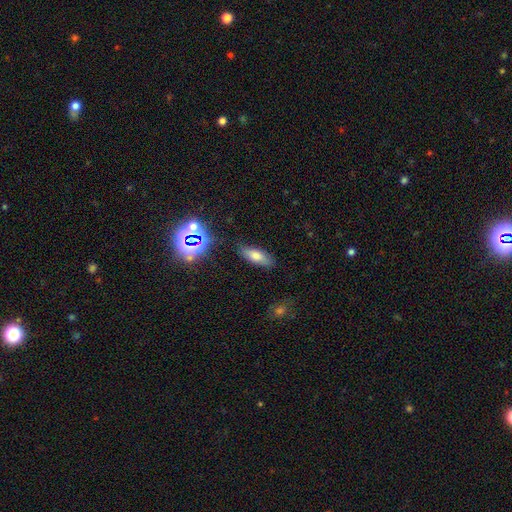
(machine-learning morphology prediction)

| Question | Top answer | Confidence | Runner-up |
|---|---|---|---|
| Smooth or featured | smooth | 70% | featured or disk (16%) |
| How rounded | in between | 70% | cigar-shaped (26%) |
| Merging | none | 81% | minor disturbance (13%) |